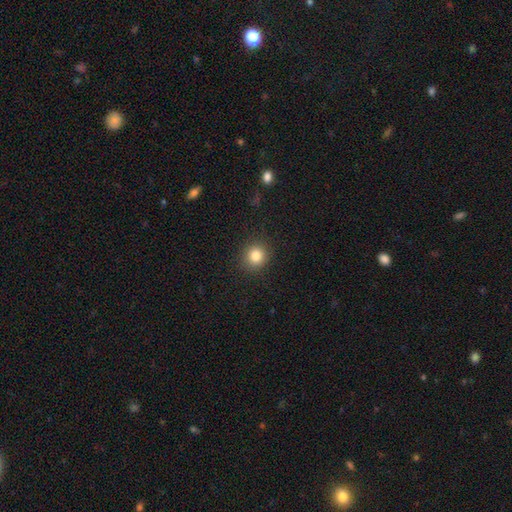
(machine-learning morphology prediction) Smooth or featured? Predicted: smooth (p=0.83). How rounded? Predicted: round (p=0.85). Merging? Predicted: none (p=0.89).